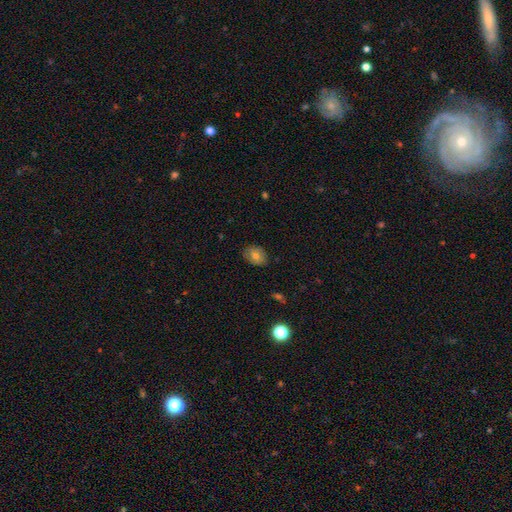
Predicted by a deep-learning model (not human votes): This is likely a smooth galaxy (71%). How rounded: likely in between (60%). Merging: clearly none (84%).